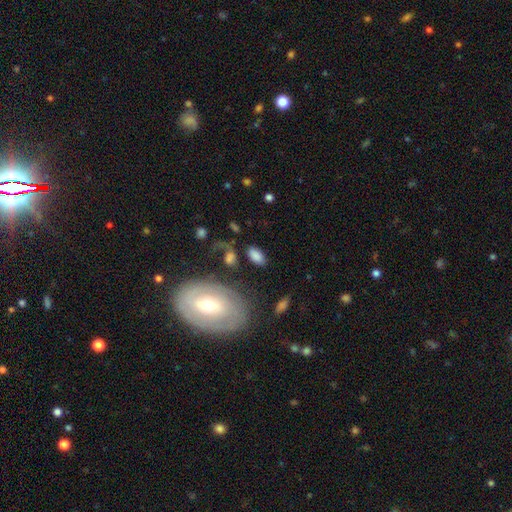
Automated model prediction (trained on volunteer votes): Smooth or featured?
  - smooth: 79% *
  - featured or disk: 12%
  - star or artifact: 9%
How rounded?
  - in between: 91% *
  - round: 6%
  - cigar-shaped: 3%
Merging?
  - none: 73% *
  - minor disturbance: 13%
  - major disturbance: 8%
  - merger: 6%